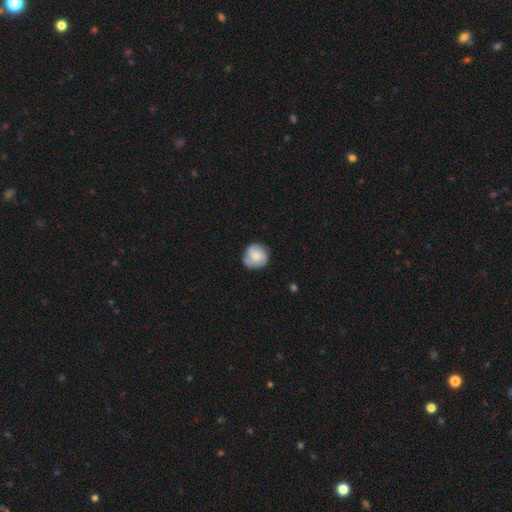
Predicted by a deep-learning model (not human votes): Q: Smooth or featured?
A: smooth (59%); runner-up: featured or disk (34%)
Q: How rounded?
A: round (88%); runner-up: in between (11%)
Q: Merging?
A: none (66%); runner-up: minor disturbance (24%)